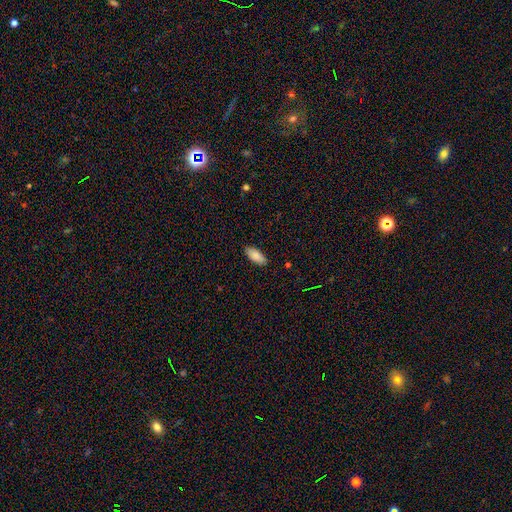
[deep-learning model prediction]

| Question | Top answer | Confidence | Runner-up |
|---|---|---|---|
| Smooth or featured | smooth | 86% | featured or disk (8%) |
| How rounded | in between | 84% | cigar-shaped (15%) |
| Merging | none | 89% | minor disturbance (9%) |